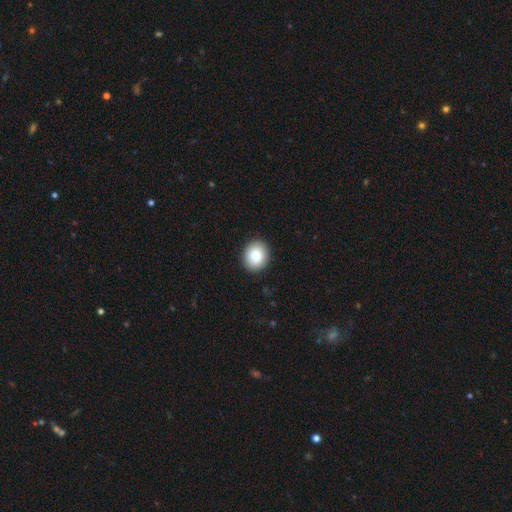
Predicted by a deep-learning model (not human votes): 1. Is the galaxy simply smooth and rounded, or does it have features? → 87% smooth, 8% star or artifact, 6% featured or disk.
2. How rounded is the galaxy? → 67% round, 32% in between, 1% cigar-shaped.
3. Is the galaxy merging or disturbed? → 91% none, 7% minor disturbance, 2% major disturbance, 1% merger.